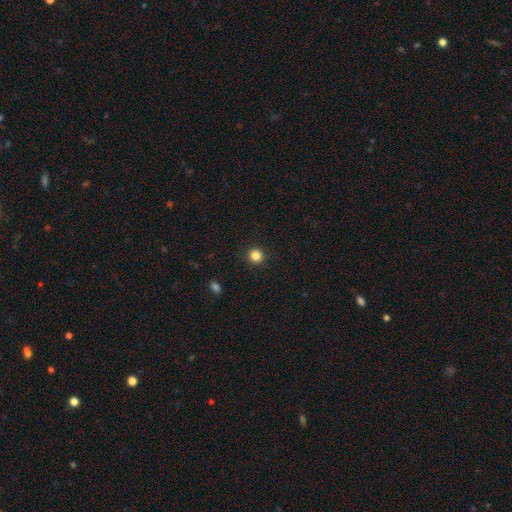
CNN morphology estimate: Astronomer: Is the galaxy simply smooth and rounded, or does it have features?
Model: smooth — 84%.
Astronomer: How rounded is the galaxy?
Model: round — 92%.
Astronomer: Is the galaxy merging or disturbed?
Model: none — 91%.